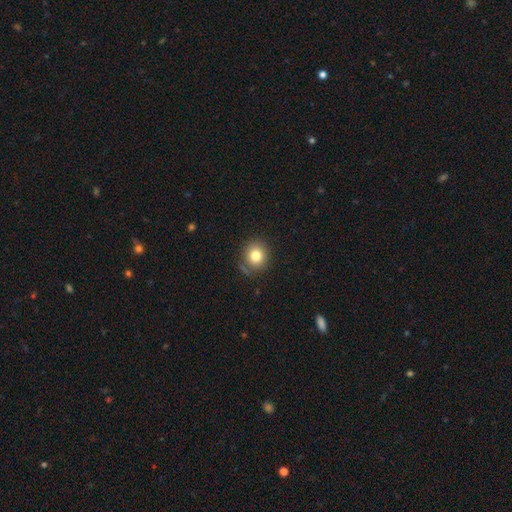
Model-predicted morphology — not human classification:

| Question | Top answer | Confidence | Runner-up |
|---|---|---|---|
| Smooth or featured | smooth | 80% | star or artifact (11%) |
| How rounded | round | 82% | in between (17%) |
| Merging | none | 78% | minor disturbance (14%) |